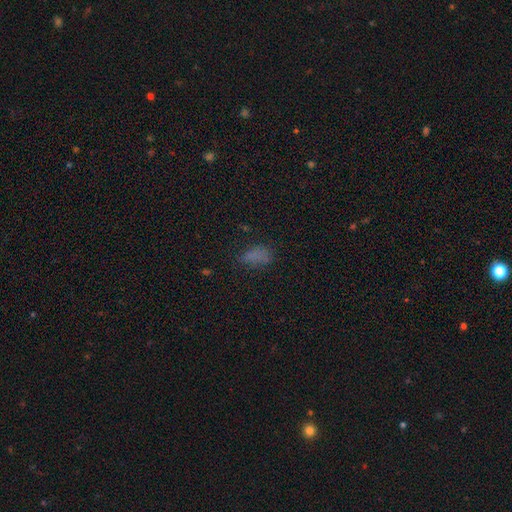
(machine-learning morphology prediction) smooth_or_featured: smooth (p=0.71) [alt: star or artifact p=0.19]
how_rounded: in between (p=0.86) [alt: round p=0.09]
merging: none (p=0.61) [alt: minor disturbance p=0.23]